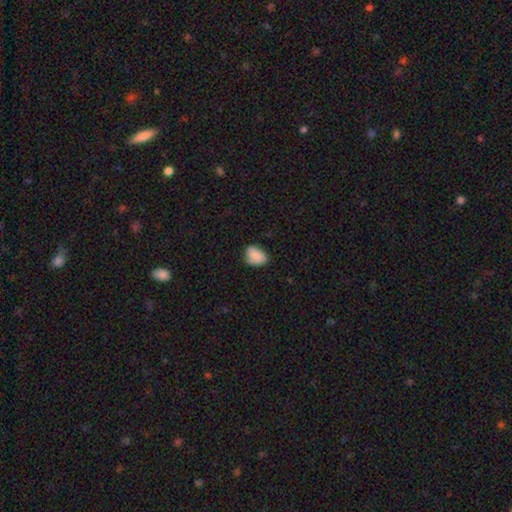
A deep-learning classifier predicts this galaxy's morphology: type=smooth (84%); roundness=in between (78%); merging=none (61%).